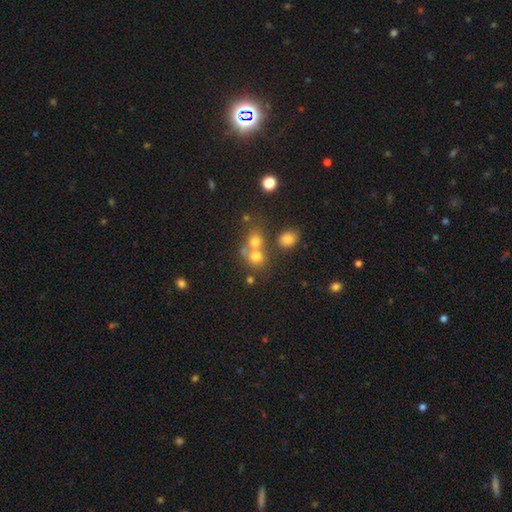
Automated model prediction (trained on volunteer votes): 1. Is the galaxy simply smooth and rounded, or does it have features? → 44% star or artifact, 40% smooth, 17% featured or disk.